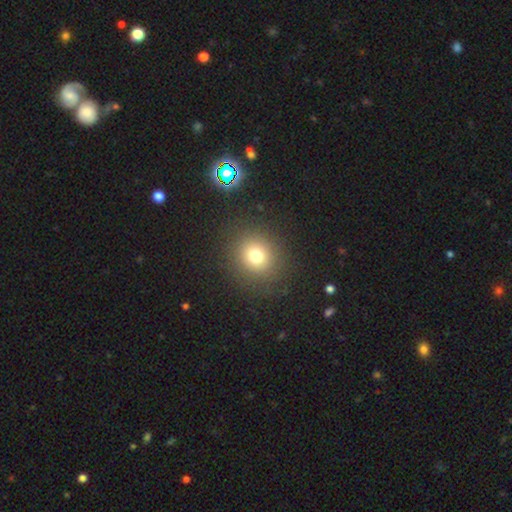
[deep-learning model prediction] A smooth galaxy with no disk features (74%) that is round (86%). Merging: none (88%).